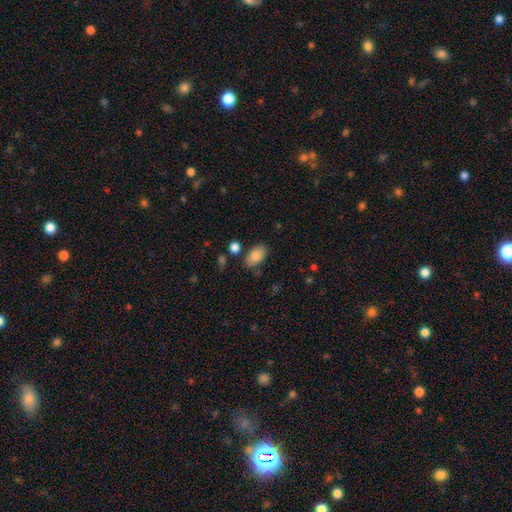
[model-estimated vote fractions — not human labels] A smooth galaxy with no disk features (84%) that is in between round and cigar-shaped (92%). Merging: none (76%).